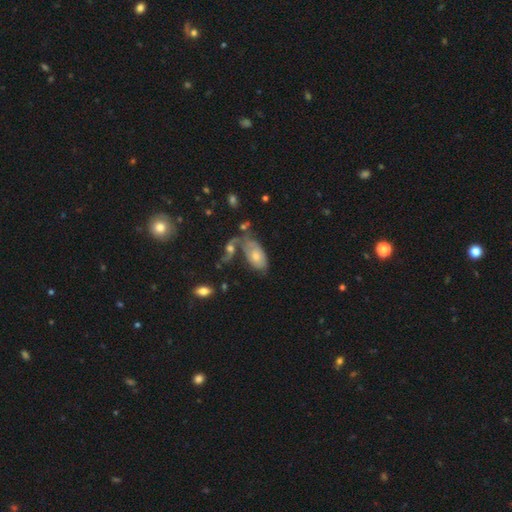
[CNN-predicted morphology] Smooth or featured? smooth (51%)
How rounded? in between (92%)
Merging? merger (36%)